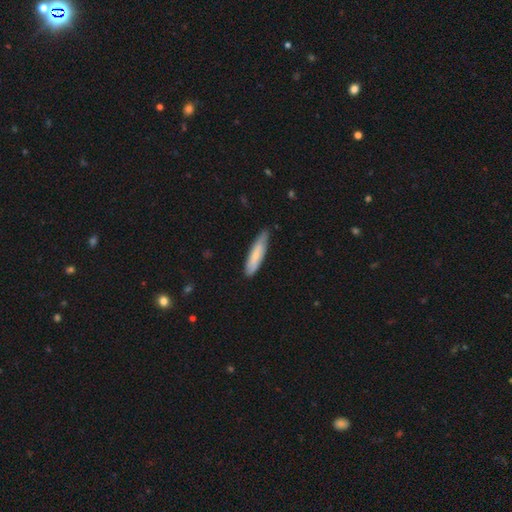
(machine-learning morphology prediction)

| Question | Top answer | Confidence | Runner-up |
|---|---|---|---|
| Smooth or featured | smooth | 72% | featured or disk (22%) |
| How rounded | cigar-shaped | 76% | in between (22%) |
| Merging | none | 76% | minor disturbance (20%) |